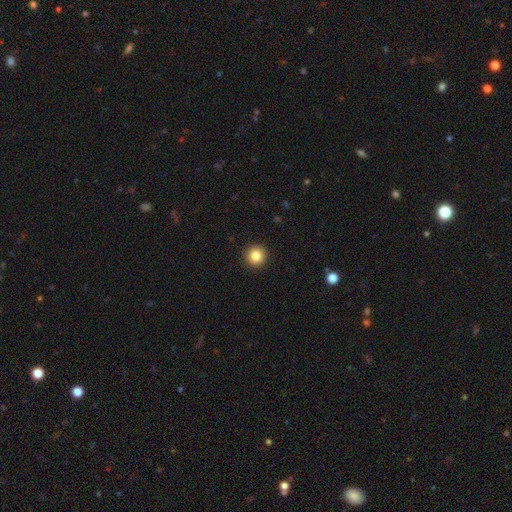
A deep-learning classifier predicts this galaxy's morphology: Overall: smooth (85%). How rounded: round (95%). Merging: none (93%).